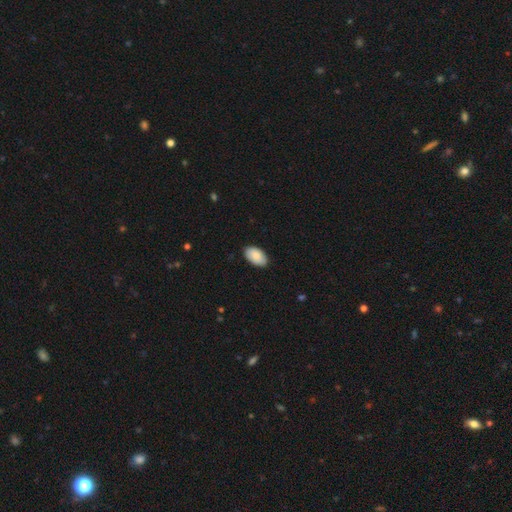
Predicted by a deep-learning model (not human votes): This appears to be a smooth galaxy with no disk features (88%) that is in between round and cigar-shaped (95%). Merging: none (87%).